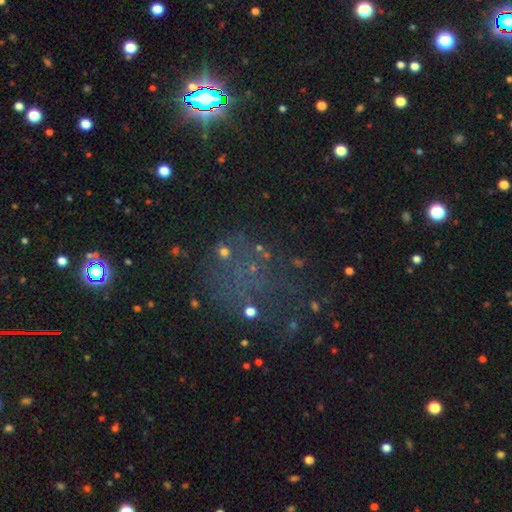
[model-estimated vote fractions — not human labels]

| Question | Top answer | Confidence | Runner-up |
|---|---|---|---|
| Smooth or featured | star or artifact | 52% | smooth (24%) |